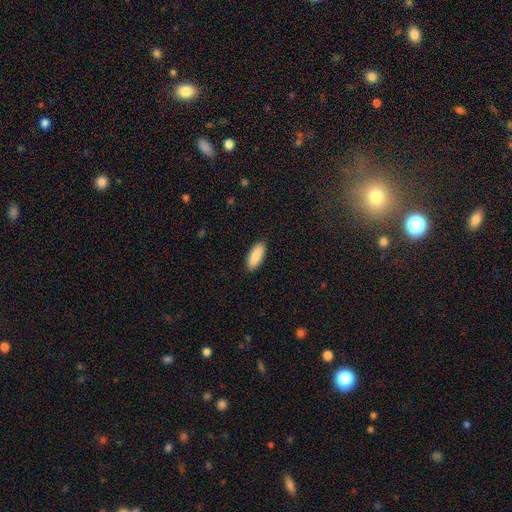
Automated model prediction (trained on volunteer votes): smooth_or_featured: smooth (p=0.89) [alt: featured or disk p=0.06]
how_rounded: in between (p=0.76) [alt: cigar-shaped p=0.22]
merging: none (p=0.90) [alt: minor disturbance p=0.07]